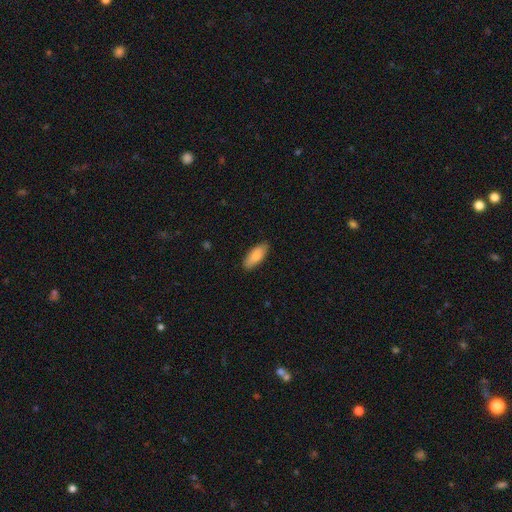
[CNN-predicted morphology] smooth 86%, featured or disk 9%, star or artifact 6%. Down the decision tree: how rounded — in between (80%); merging — none (86%).